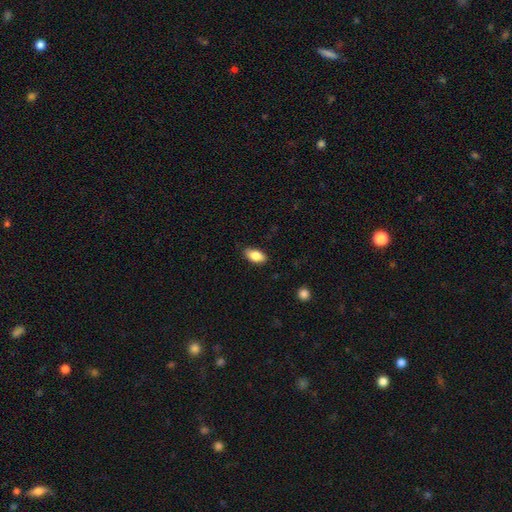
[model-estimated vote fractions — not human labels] A smooth galaxy with no disk features (86%) that is in between round and cigar-shaped (92%).

Vote fractions:
- Smooth or featured? smooth: 86% / featured or disk: 7% / star or artifact: 7%
- How rounded? in between: 92% / round: 4% / cigar-shaped: 4%
- Merging? none: 82% / minor disturbance: 14% / major disturbance: 3% / merger: 1%